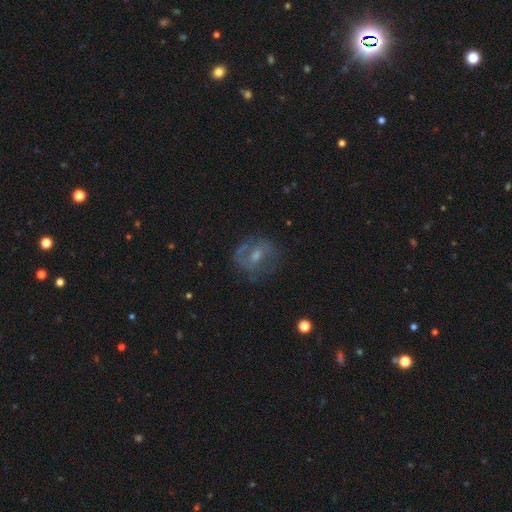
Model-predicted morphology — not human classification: type=featured or disk (58%); edge-on=no (96%); bar=weak (45%); spiral arms=yes (61%); bulge=moderate (49%); merging=none (63%).